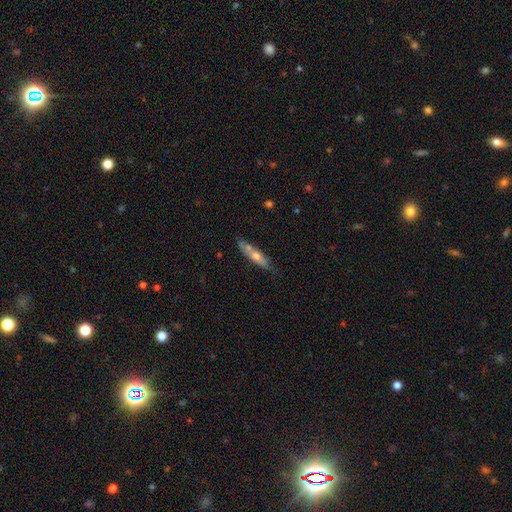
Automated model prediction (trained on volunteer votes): Q: Smooth or featured?
A: smooth (47%); runner-up: featured or disk (46%)
Q: Merging?
A: none (65%); runner-up: minor disturbance (20%)